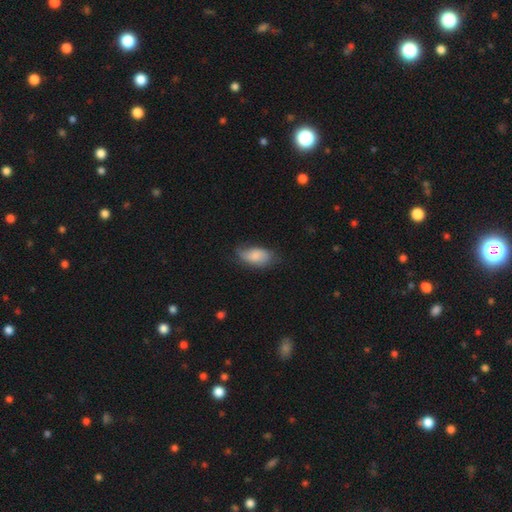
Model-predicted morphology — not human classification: This appears to be a smooth galaxy with no disk features (74%) that is in between round and cigar-shaped (92%). Merging: none (60%).